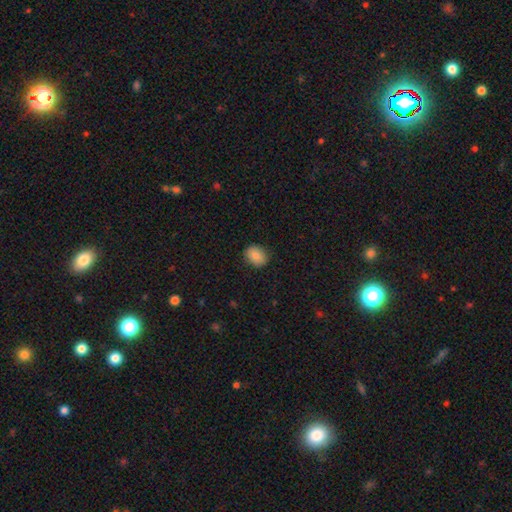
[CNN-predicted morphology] This appears to be a smooth galaxy with no disk features (85%) that is in between round and cigar-shaped (51%). Merging: none (86%).